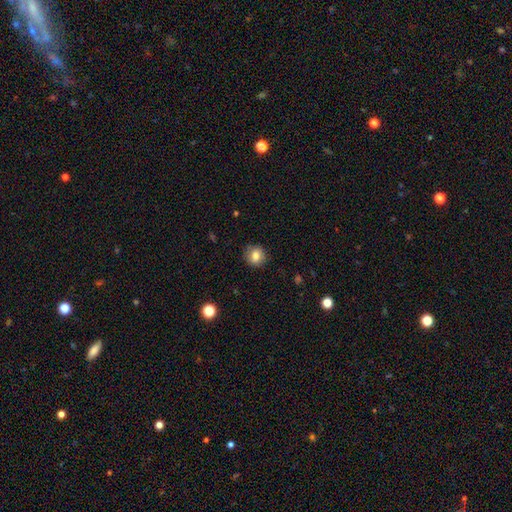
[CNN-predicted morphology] Smooth or featured? Predicted: smooth (p=0.80). How rounded? Predicted: round (p=0.84). Merging? Predicted: none (p=0.87).